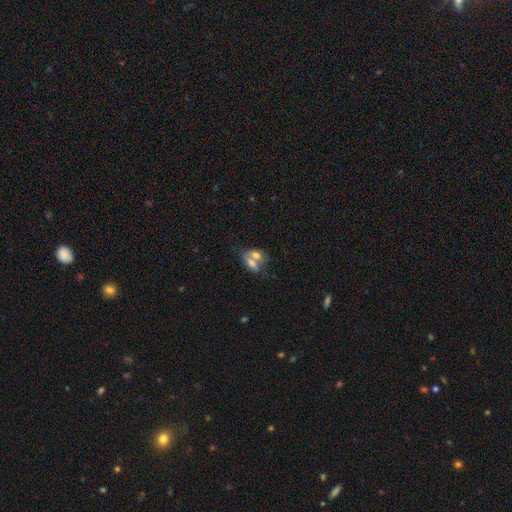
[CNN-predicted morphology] This appears to be a smooth galaxy with no disk features (64%) that is in between round and cigar-shaped (79%). Merging: merger (68%).